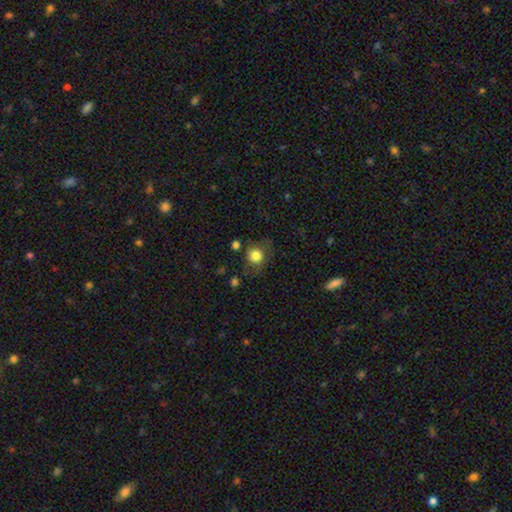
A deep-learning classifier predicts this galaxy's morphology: Smooth or featured? smooth (82%)
How rounded? round (83%)
Merging? none (69%)